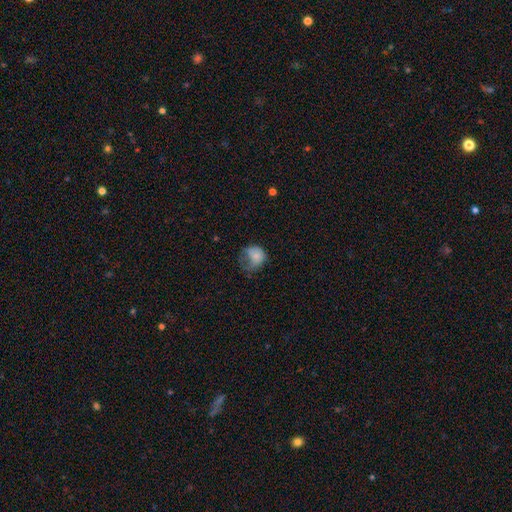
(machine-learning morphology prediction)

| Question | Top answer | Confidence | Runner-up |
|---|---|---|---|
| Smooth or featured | smooth | 72% | featured or disk (18%) |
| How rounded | round | 56% | in between (43%) |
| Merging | major disturbance | 46% | minor disturbance (29%) |